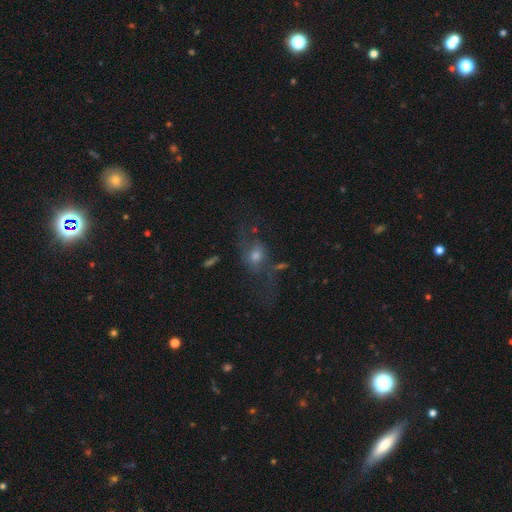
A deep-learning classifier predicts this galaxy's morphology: type=featured or disk (48%); merging=none (46%).